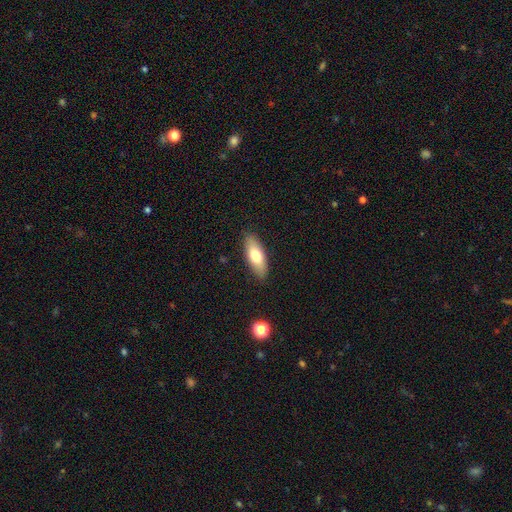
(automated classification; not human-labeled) This is likely a smooth galaxy (72%). How rounded: likely in between (73%). Merging: clearly none (88%).